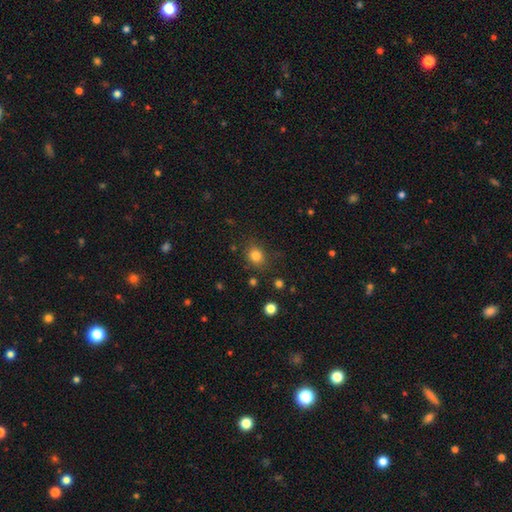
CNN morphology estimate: type=smooth (81%); roundness=round (71%); merging=none (81%).